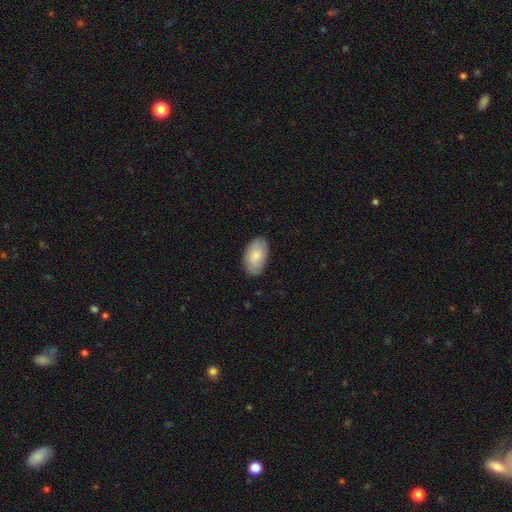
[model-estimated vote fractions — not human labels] Overall: smooth (83%). How rounded: in between (94%). Merging: none (84%).